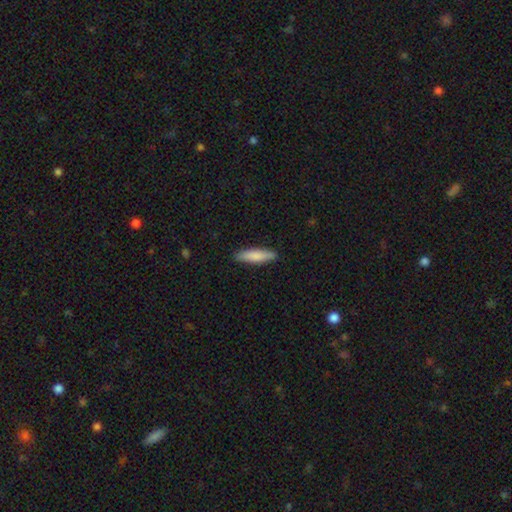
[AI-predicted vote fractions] Q: Smooth or featured?
A: smooth (81%); runner-up: featured or disk (14%)
Q: How rounded?
A: cigar-shaped (75%); runner-up: in between (23%)
Q: Merging?
A: none (90%); runner-up: minor disturbance (8%)